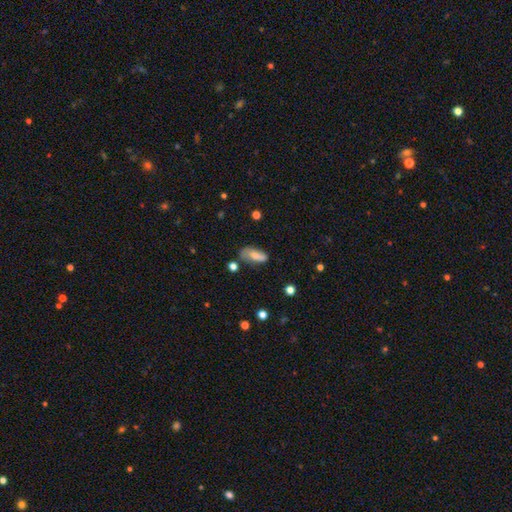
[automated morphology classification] smooth_or_featured: smooth (p=0.71) [alt: featured or disk p=0.20]
how_rounded: in between (p=0.83) [alt: cigar-shaped p=0.13]
merging: none (p=0.45) [alt: minor disturbance p=0.31]